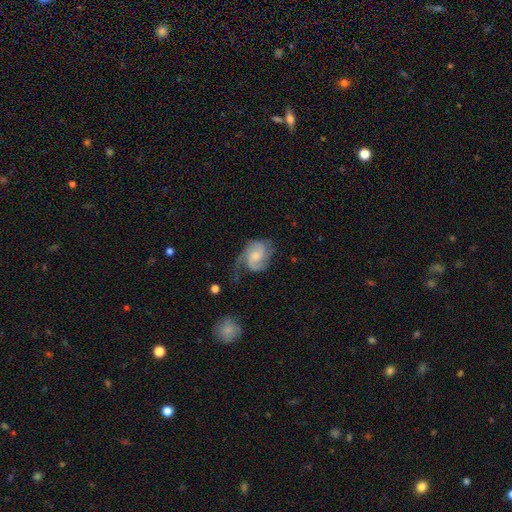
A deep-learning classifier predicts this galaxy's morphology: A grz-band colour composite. It shows a featured or disk galaxy (81%) with no bar (60%), 2 (68%) medium (48%) spiral arms (96%) and a small central bulge (47%). Merging: none (48%).